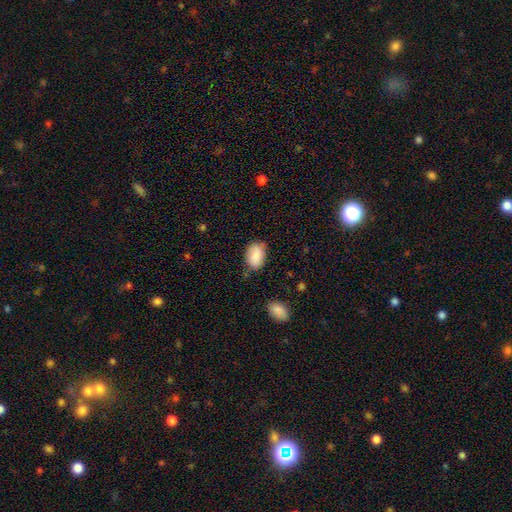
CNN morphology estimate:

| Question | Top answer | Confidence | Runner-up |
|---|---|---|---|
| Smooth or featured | smooth | 84% | featured or disk (9%) |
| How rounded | in between | 87% | round (11%) |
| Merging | none | 70% | minor disturbance (23%) |